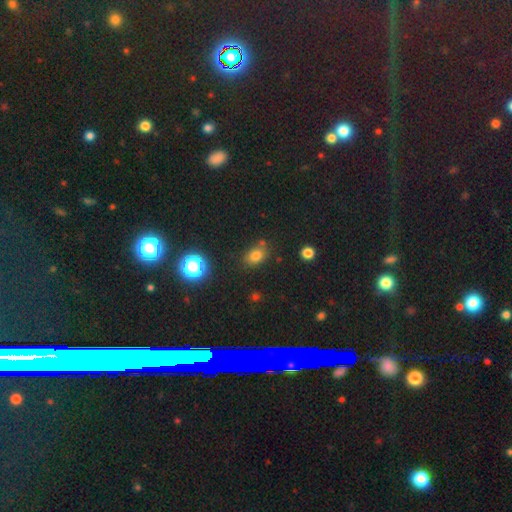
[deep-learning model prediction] A smooth galaxy with no disk features (75%) that is in between round and cigar-shaped (64%). Merging: none (74%).